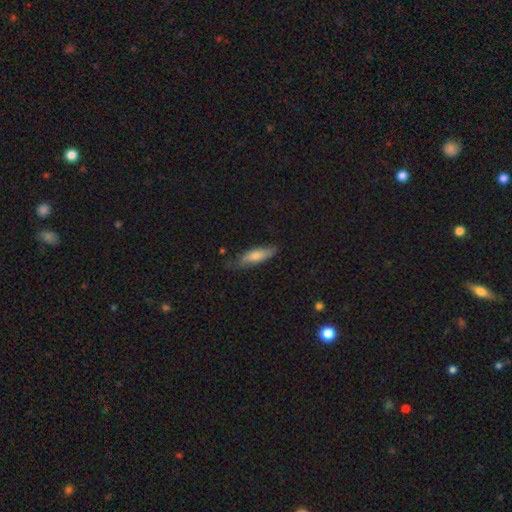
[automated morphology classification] type=smooth (68%); roundness=cigar-shaped (60%); merging=none (71%).